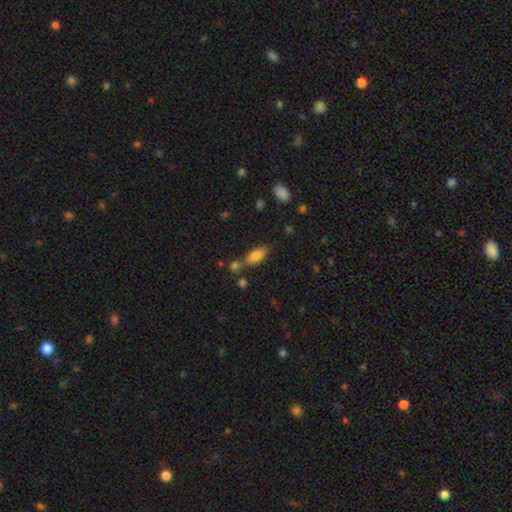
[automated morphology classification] A smooth galaxy with no disk features (79%) that is in between round and cigar-shaped (80%).

Vote fractions:
- Smooth or featured? smooth: 79% / featured or disk: 12% / star or artifact: 9%
- How rounded? in between: 80% / cigar-shaped: 17% / round: 3%
- Merging? none: 56% / merger: 22% / minor disturbance: 16% / major disturbance: 6%